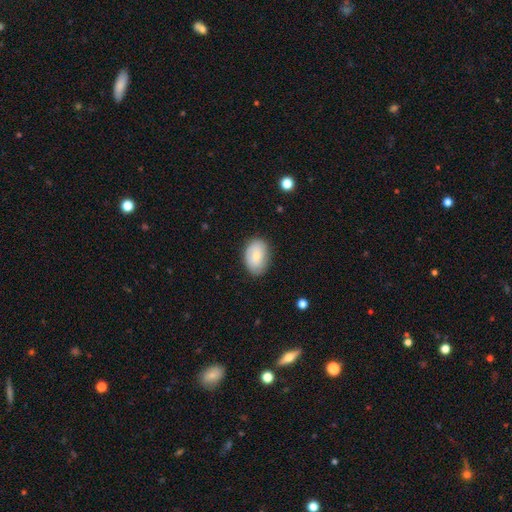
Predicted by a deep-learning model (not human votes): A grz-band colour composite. It shows a smooth galaxy with no disk features (71%) that is in between round and cigar-shaped (84%). Merging: none (80%).